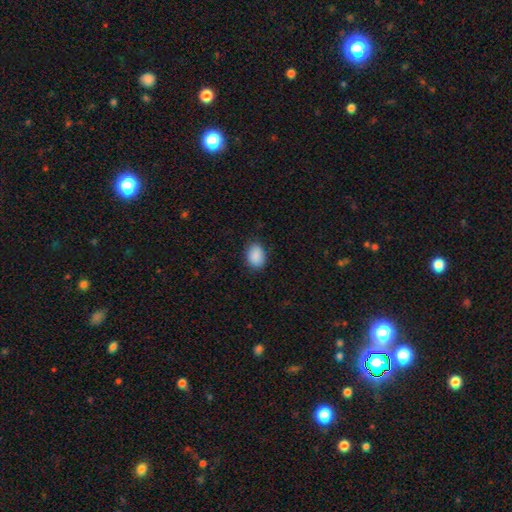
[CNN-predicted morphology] This is clearly a smooth galaxy (89%). How rounded: likely in between (74%). Merging: clearly none (82%).